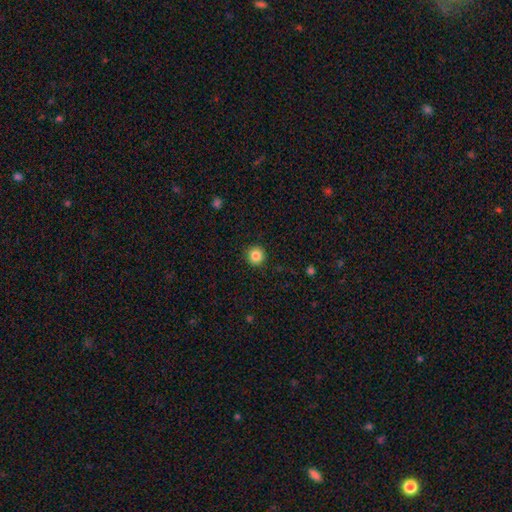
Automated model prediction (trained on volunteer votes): Smooth or featured?
  - smooth: 85% *
  - star or artifact: 11%
  - featured or disk: 5%
How rounded?
  - round: 95% *
  - in between: 4%
  - cigar-shaped: 1%
Merging?
  - none: 92% *
  - minor disturbance: 5%
  - major disturbance: 2%
  - merger: 1%